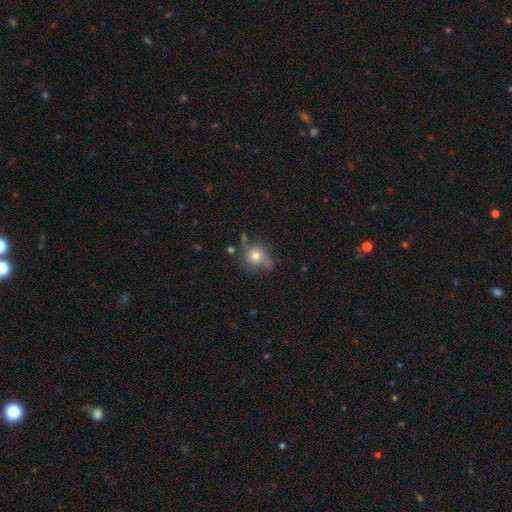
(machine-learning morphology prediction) This is likely a smooth galaxy (64%). How rounded: likely round (79%). Merging: likely none (61%).